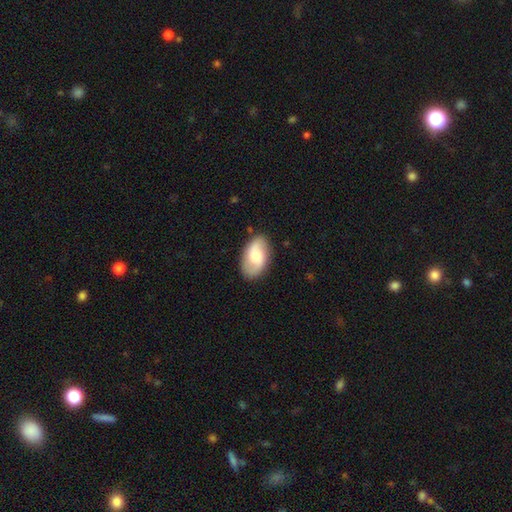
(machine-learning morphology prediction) Smooth or featured: featured or disk — 50% (smooth — 43%)
Edge-on disk: no — 96% (yes — 4%)
Merging: none — 82% (minor disturbance — 13%)